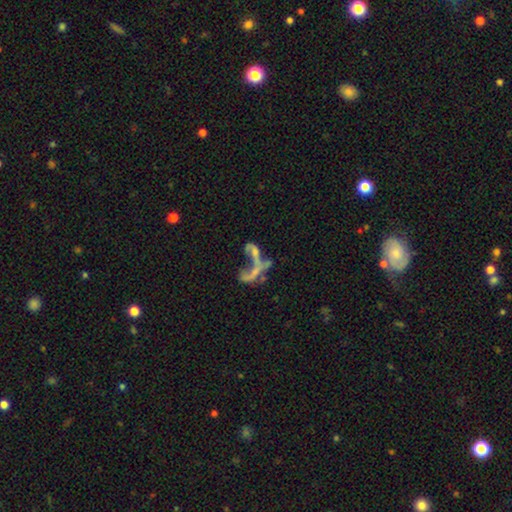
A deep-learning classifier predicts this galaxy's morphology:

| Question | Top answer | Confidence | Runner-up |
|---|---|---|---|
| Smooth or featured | featured or disk | 55% | smooth (26%) |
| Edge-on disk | no | 91% | yes (9%) |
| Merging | merger | 48% | major disturbance (29%) |